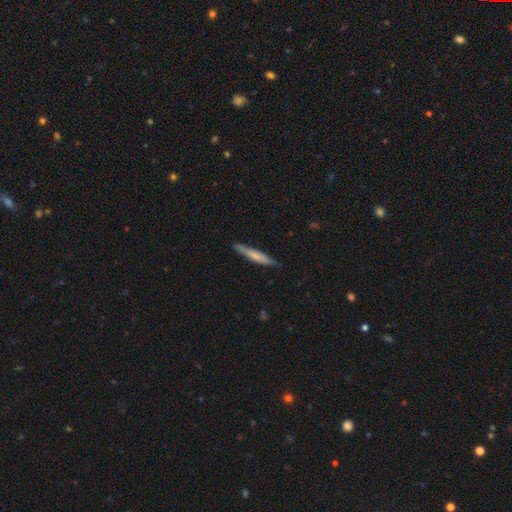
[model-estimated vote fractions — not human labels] Smooth or featured? Predicted: smooth (p=0.64). How rounded? Predicted: cigar-shaped (p=0.93). Merging? Predicted: none (p=0.84).